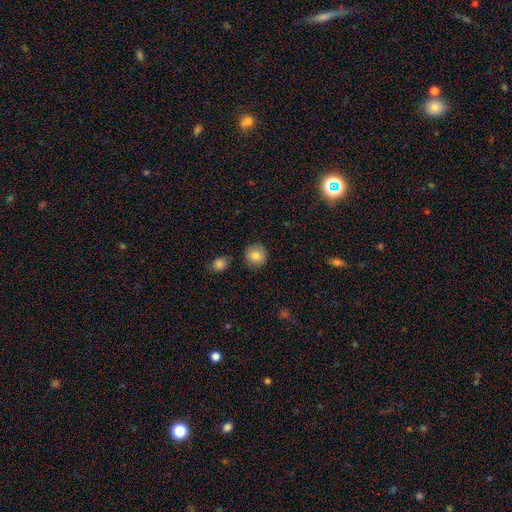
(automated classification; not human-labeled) This appears to be a smooth galaxy with no disk features (84%) that is round (92%). Merging: none (88%).